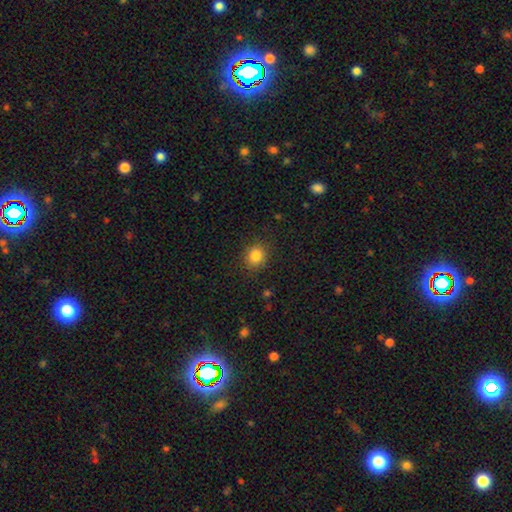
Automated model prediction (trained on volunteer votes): This is clearly a smooth galaxy (84%). How rounded: likely round (75%). Merging: clearly none (87%).